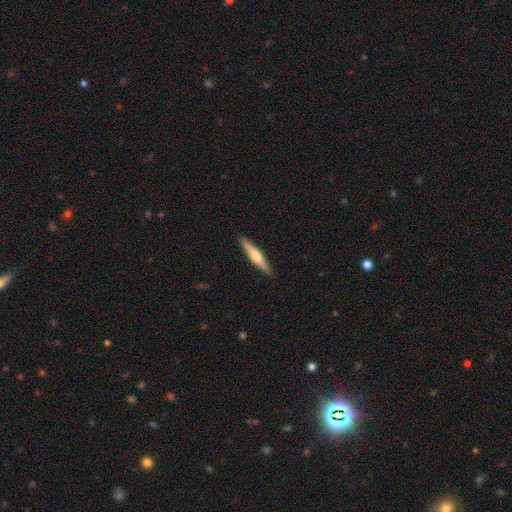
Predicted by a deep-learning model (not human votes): Smooth or featured: featured or disk — 53% (smooth — 42%)
Edge-on disk: yes — 96% (no — 4%)
Edge-on bulge: rounded — 86% (none — 8%)
Merging: none — 91% (minor disturbance — 6%)